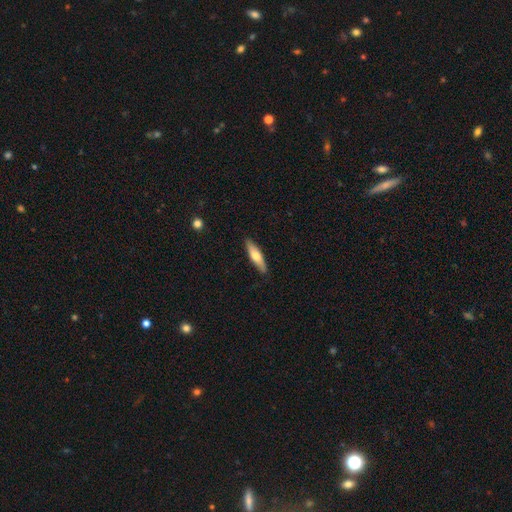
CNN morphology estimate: smooth_or_featured: smooth (p=0.58) [alt: featured or disk p=0.37]
how_rounded: cigar-shaped (p=0.71) [alt: in between p=0.28]
merging: none (p=0.87) [alt: minor disturbance p=0.10]